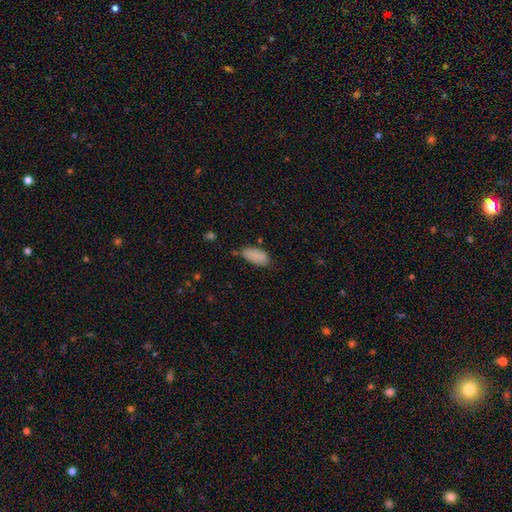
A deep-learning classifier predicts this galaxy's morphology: A smooth galaxy with no disk features (86%) that is in between round and cigar-shaped (93%).

Vote fractions:
- Smooth or featured? smooth: 86% / star or artifact: 7% / featured or disk: 7%
- How rounded? in between: 93% / cigar-shaped: 4% / round: 2%
- Merging? none: 56% / minor disturbance: 33% / major disturbance: 6% / merger: 5%